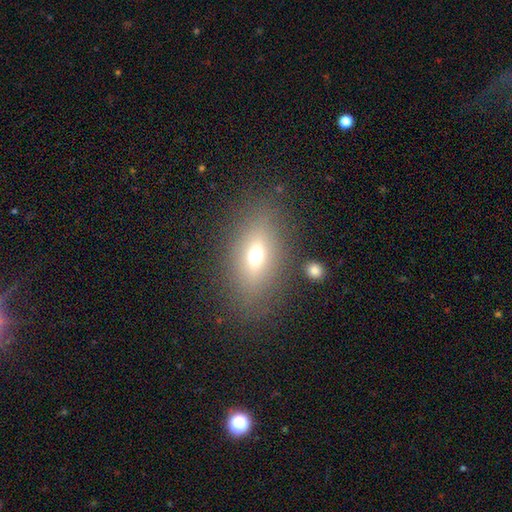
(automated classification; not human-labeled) A smooth galaxy with no disk features (62%) that is in between round and cigar-shaped (76%).

Vote fractions:
- Smooth or featured? smooth: 62% / featured or disk: 21% / star or artifact: 16%
- How rounded? in between: 76% / round: 17% / cigar-shaped: 7%
- Merging? none: 77% / minor disturbance: 11% / major disturbance: 7% / merger: 4%